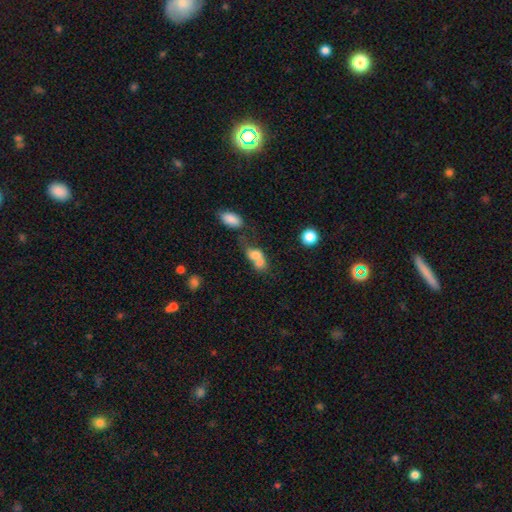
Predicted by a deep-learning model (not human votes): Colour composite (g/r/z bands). It shows a smooth galaxy with no disk features (68%) that is in between round and cigar-shaped (68%). Merging: merger (65%).